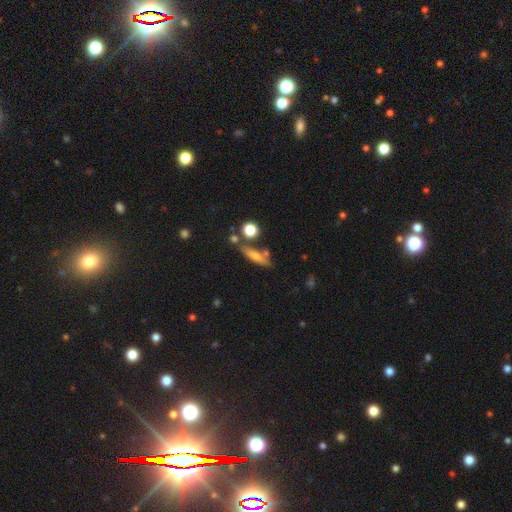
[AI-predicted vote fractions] This appears to be a smooth galaxy with no disk features (61%) that is cigar-shaped (67%). Merging: none (69%).